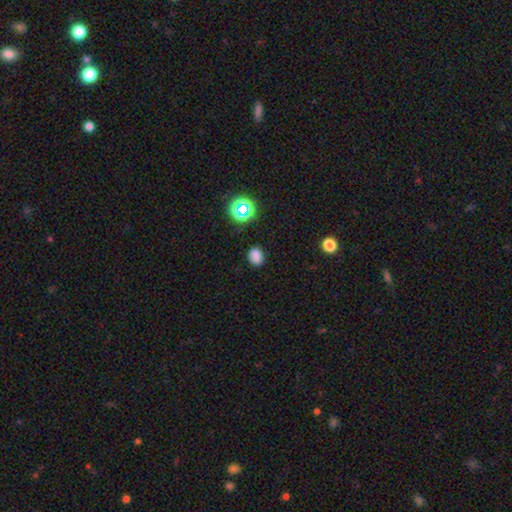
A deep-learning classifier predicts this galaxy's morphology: Smooth or featured: smooth — 77% (star or artifact — 18%)
How rounded: in between — 62% (round — 36%)
Merging: none — 84% (minor disturbance — 11%)